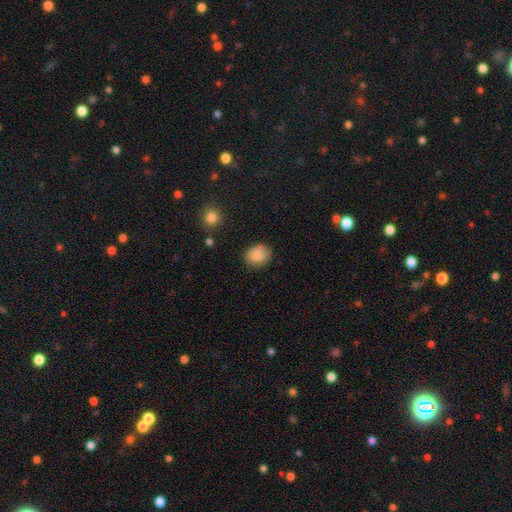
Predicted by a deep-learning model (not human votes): Q: Smooth or featured?
A: smooth (87%); runner-up: star or artifact (8%)
Q: How rounded?
A: in between (52%); runner-up: round (47%)
Q: Merging?
A: none (81%); runner-up: minor disturbance (14%)